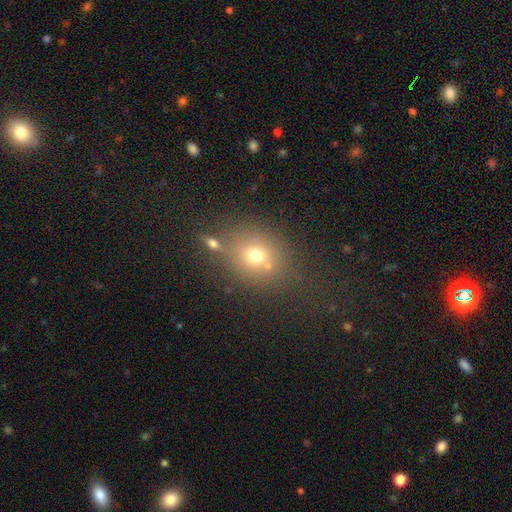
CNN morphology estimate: Q: Smooth or featured?
A: smooth (67%); runner-up: star or artifact (18%)
Q: How rounded?
A: round (67%); runner-up: in between (32%)
Q: Merging?
A: none (66%); runner-up: merger (15%)